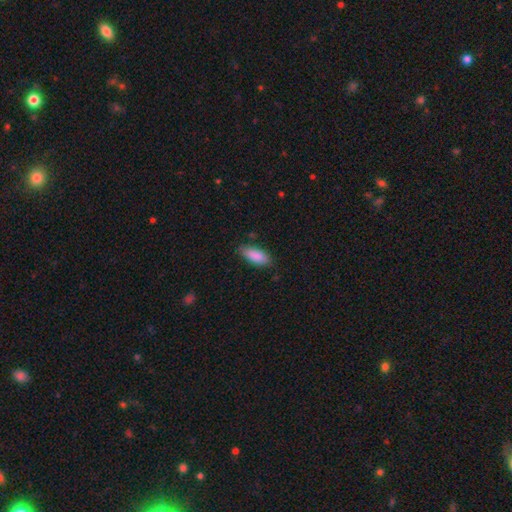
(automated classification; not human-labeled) This appears to be a smooth galaxy with no disk features (89%) that is in between round and cigar-shaped (77%). Merging: none (81%).